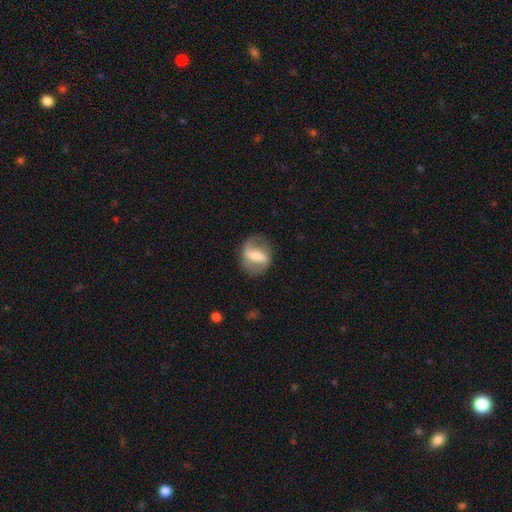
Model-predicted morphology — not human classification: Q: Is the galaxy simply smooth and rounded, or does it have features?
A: featured or disk — 69%.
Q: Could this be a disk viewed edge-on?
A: no — 94%.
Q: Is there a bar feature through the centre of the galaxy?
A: strong — 58%.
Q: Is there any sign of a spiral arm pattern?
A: yes — 73%.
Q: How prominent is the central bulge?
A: moderate — 49%.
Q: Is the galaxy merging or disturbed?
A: none — 76%.